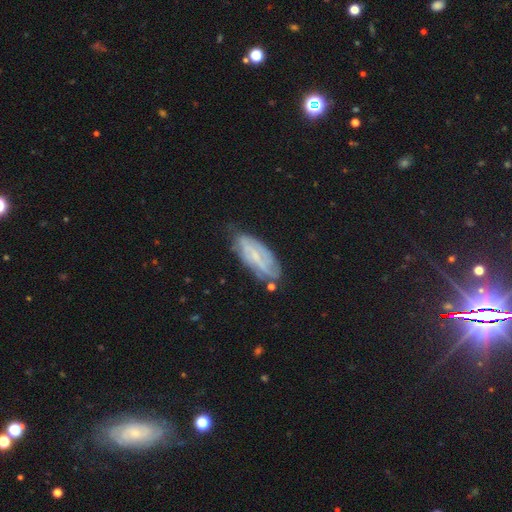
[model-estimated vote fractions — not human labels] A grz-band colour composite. It shows a featured or disk galaxy (67%) with a weak bar (44%), spiral arms (80%) and a small central bulge (62%). Merging: none (65%).